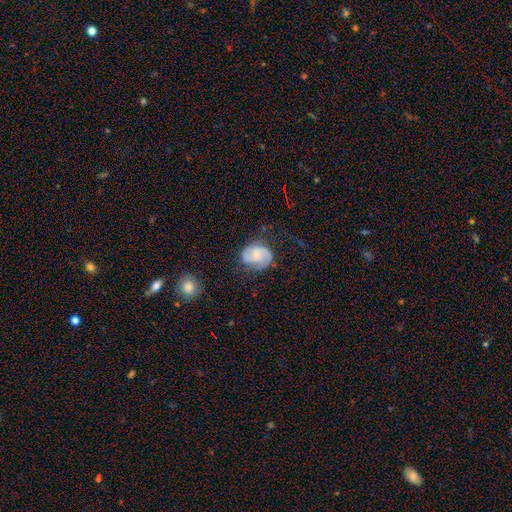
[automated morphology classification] This appears to be a featured or disk galaxy (73%) with no bar (46%), 2 (86%) medium (51%) spiral arms (95%) and a small central bulge (42%). Merging: none (69%).